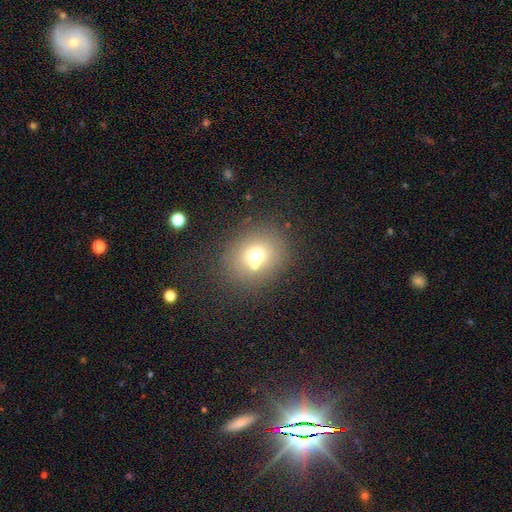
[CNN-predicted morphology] The model was most divided on "merging": none: 61%, merger: 25%, minor disturbance: 9%, major disturbance: 4%. More confident: how rounded — round (78%); smooth or featured — smooth (66%).